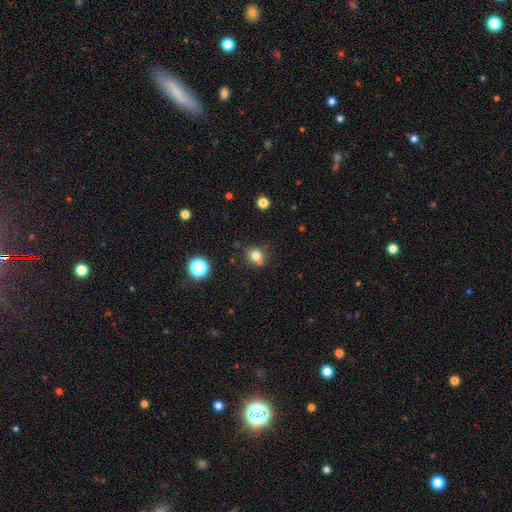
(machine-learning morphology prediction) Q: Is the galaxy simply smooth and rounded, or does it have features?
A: smooth — 75%.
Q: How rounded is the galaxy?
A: round — 86%.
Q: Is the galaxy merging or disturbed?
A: none — 64%.